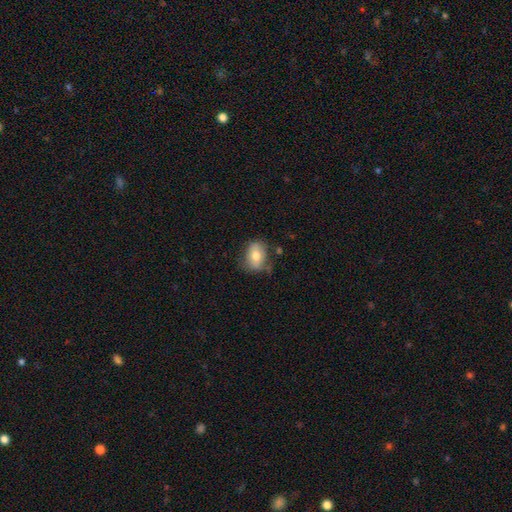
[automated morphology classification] Smooth or featured?
  - smooth: 73% *
  - featured or disk: 19%
  - star or artifact: 8%
How rounded?
  - in between: 68% *
  - round: 31%
  - cigar-shaped: 1%
Merging?
  - none: 64% *
  - minor disturbance: 25%
  - major disturbance: 7%
  - merger: 3%